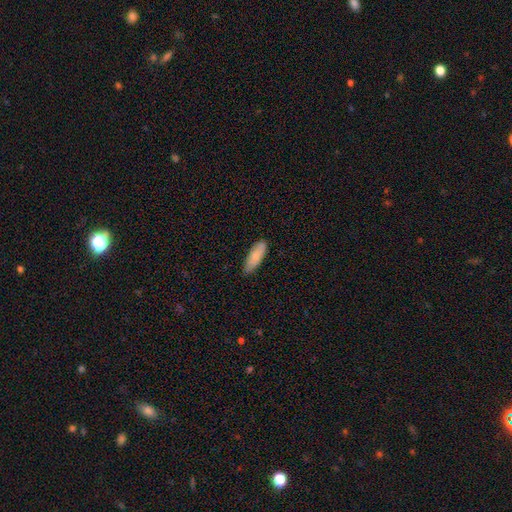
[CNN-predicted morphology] smooth 83%, featured or disk 11%, star or artifact 6%. Down the decision tree: how rounded — in between (60%); merging — none (83%).